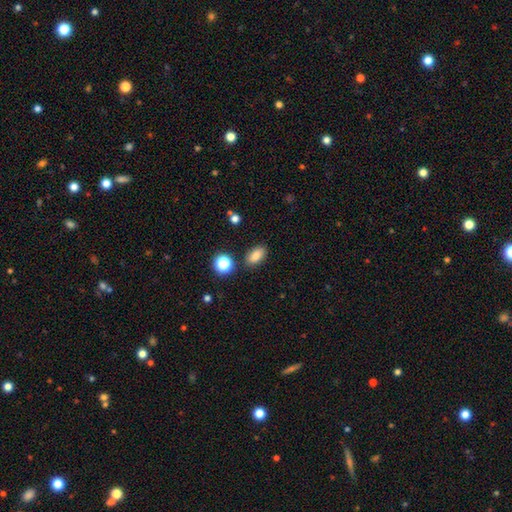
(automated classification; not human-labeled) Smooth or featured? smooth (84%)
How rounded? in between (86%)
Merging? none (85%)